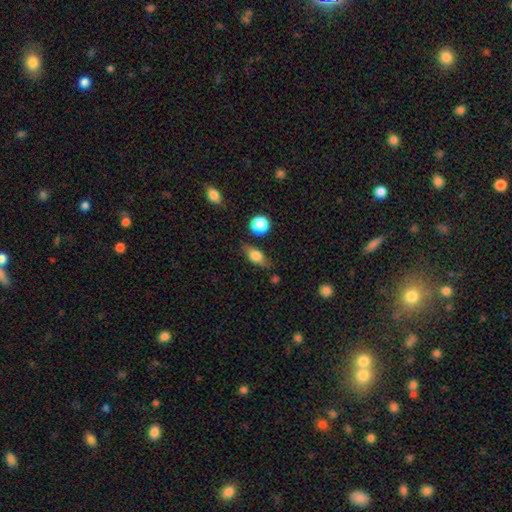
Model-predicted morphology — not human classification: smooth-or-featured: smooth: 62% | featured or disk: 29% | star or artifact: 9%
  how-rounded: in between: 66% | cigar-shaped: 19% | round: 15%
  merging: none: 74% | minor disturbance: 18% | major disturbance: 5% | merger: 4%